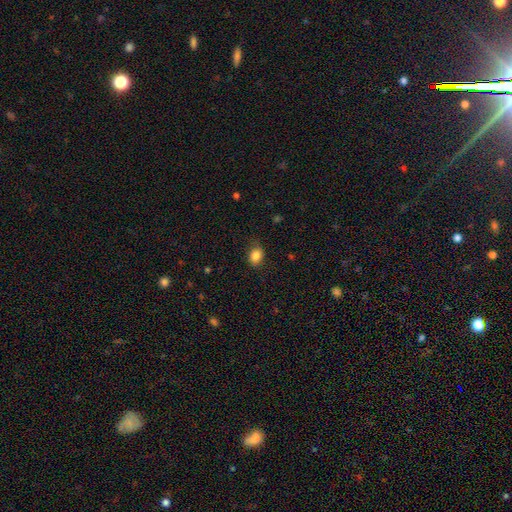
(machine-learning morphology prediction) type=smooth (85%); roundness=in between (56%); merging=none (79%).